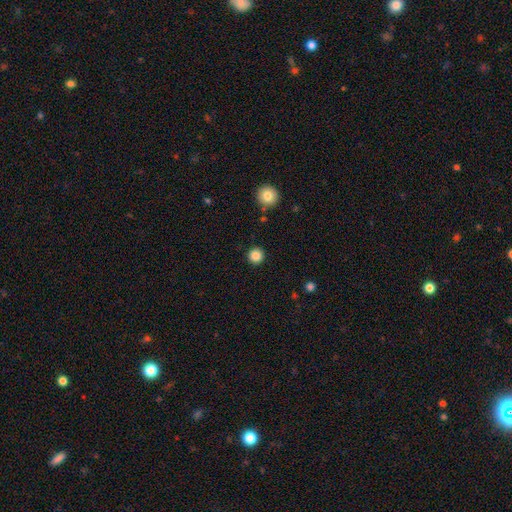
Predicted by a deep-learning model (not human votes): Smooth or featured? Predicted: smooth (p=0.85). How rounded? Predicted: round (p=0.96). Merging? Predicted: none (p=0.92).